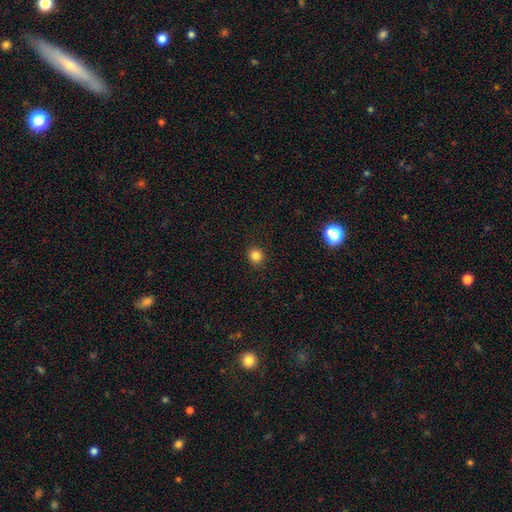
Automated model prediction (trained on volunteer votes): A smooth galaxy with no disk features (83%) that is round (90%). Merging: none (91%).